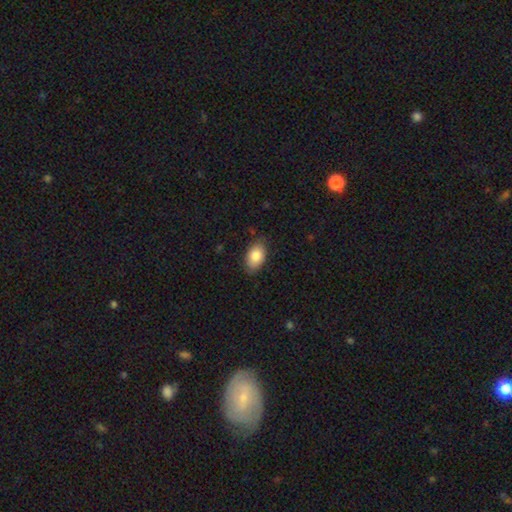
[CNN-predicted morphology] Overall: smooth (83%). How rounded: in between (91%). Merging: none (81%).